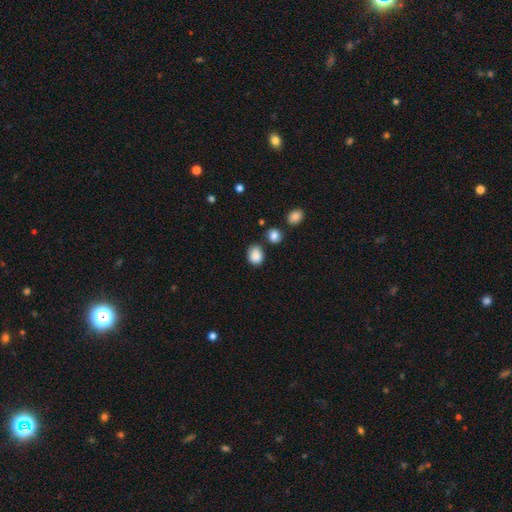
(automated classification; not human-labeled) Smooth or featured: smooth — 87% (star or artifact — 9%)
How rounded: round — 50% (in between — 49%)
Merging: none — 77% (minor disturbance — 14%)